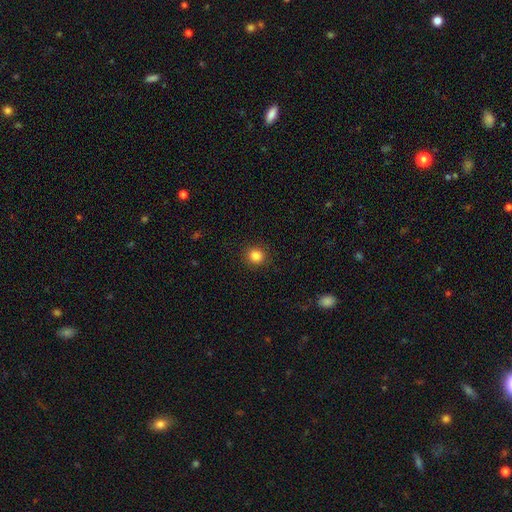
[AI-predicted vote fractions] A smooth galaxy with no disk features (85%) that is round (87%). Merging: none (91%).